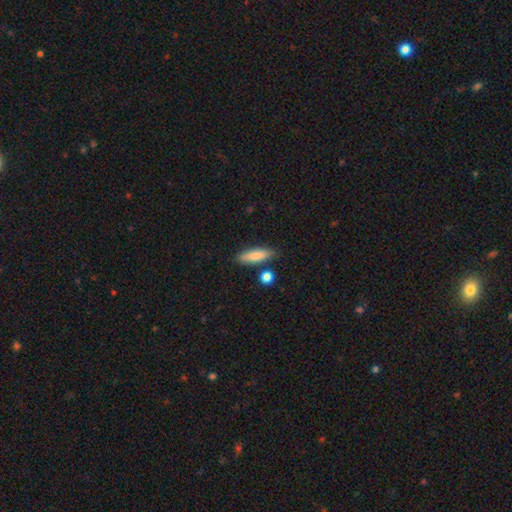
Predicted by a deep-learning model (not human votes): smooth_or_featured: smooth (p=0.82) [alt: featured or disk p=0.12]
how_rounded: cigar-shaped (p=0.57) [alt: in between p=0.40]
merging: none (p=0.81) [alt: minor disturbance p=0.11]